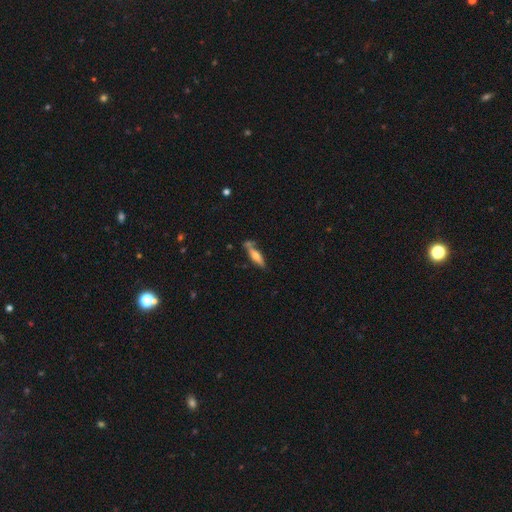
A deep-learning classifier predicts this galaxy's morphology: A featured or disk galaxy (49%). Merging: none (65%).